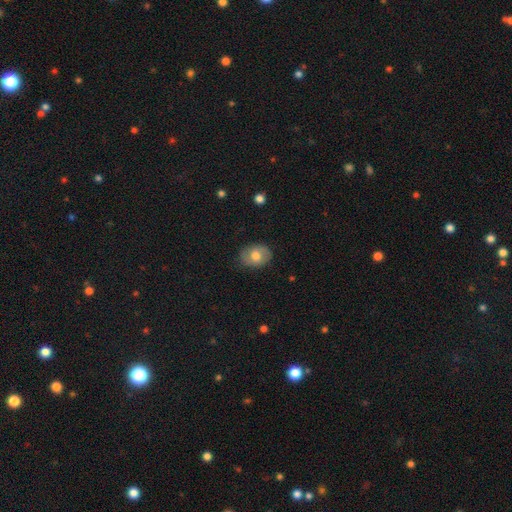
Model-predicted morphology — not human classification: smooth 55%, featured or disk 37%, star or artifact 7%. Down the decision tree: how rounded — in between (63%); merging — none (81%).